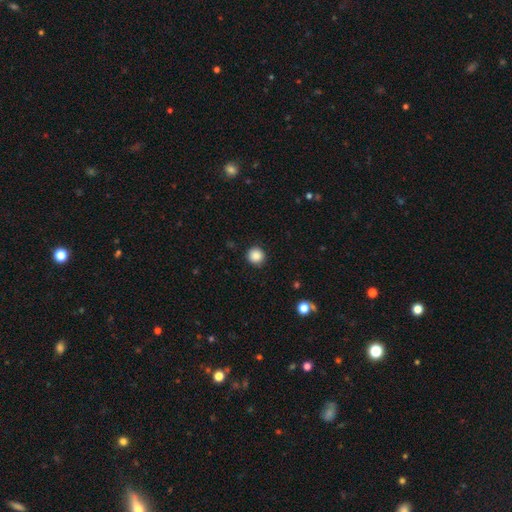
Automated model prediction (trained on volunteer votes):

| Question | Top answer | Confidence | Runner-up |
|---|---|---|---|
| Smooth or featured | smooth | 88% | star or artifact (10%) |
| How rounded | round | 95% | in between (4%) |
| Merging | none | 91% | minor disturbance (6%) |